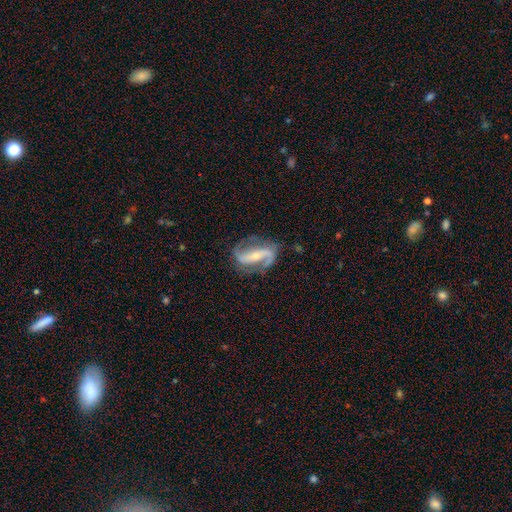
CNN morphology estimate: smooth_or_featured: featured or disk (p=0.90) [alt: smooth p=0.05]
disk_edge_on: no (p=0.96) [alt: yes p=0.04]
bar: strong (p=0.56) [alt: weak p=0.24]
has_spiral_arms: yes (p=0.97) [alt: no p=0.03]
spiral_winding: medium (p=0.42) [alt: loose p=0.41]
spiral_arm_count: 2 (p=0.92) [alt: can't tell p=0.02]
bulge_size: small (p=0.61) [alt: moderate p=0.35]
merging: none (p=0.78) [alt: minor disturbance p=0.14]